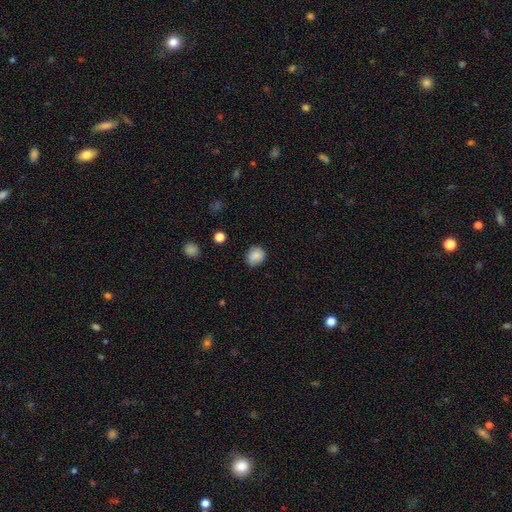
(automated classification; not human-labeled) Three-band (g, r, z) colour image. It shows a smooth galaxy with no disk features (85%) that is round (77%). Merging: none (82%).